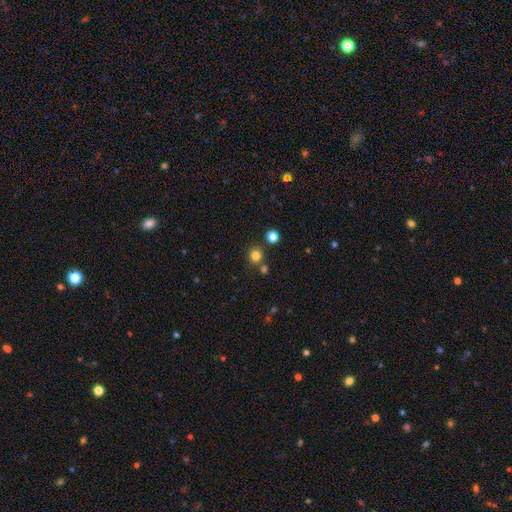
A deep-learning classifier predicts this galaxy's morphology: type=smooth (79%); roundness=round (90%); merging=none (79%).